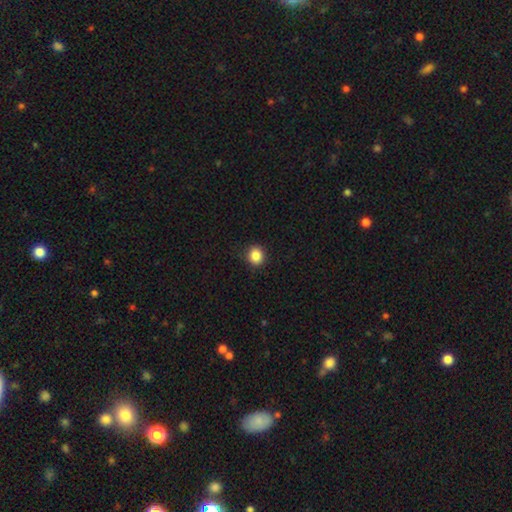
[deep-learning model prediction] Q: Smooth or featured?
A: smooth (87%); runner-up: star or artifact (10%)
Q: How rounded?
A: round (84%); runner-up: in between (15%)
Q: Merging?
A: none (90%); runner-up: minor disturbance (7%)